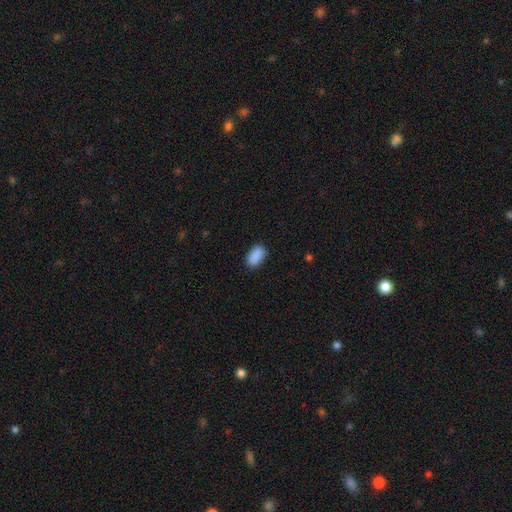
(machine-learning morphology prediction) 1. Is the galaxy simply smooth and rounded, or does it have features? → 89% smooth, 7% star or artifact, 4% featured or disk.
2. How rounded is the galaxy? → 91% in between, 5% round, 4% cigar-shaped.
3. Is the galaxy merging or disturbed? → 83% none, 13% minor disturbance, 3% major disturbance, 1% merger.